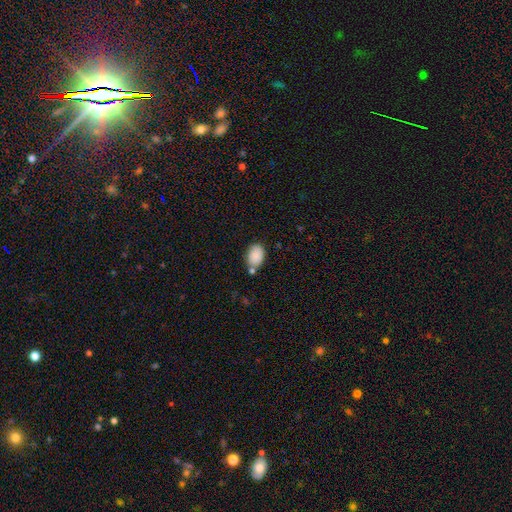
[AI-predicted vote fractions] A smooth galaxy with no disk features (87%) that is in between round and cigar-shaped (82%). Merging: none (67%).